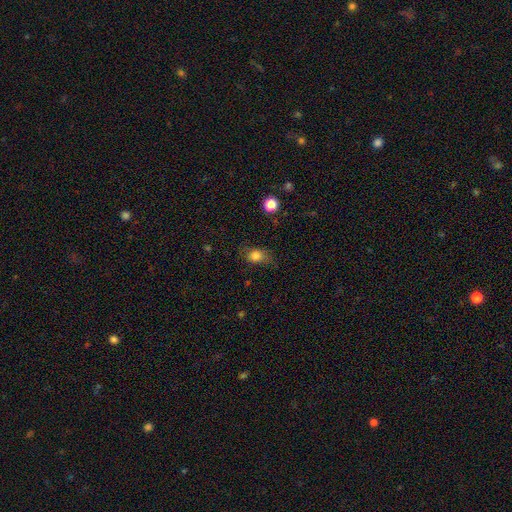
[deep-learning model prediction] Smooth or featured? Predicted: smooth (p=0.80). How rounded? Predicted: in between (p=0.60). Merging? Predicted: none (p=0.63).